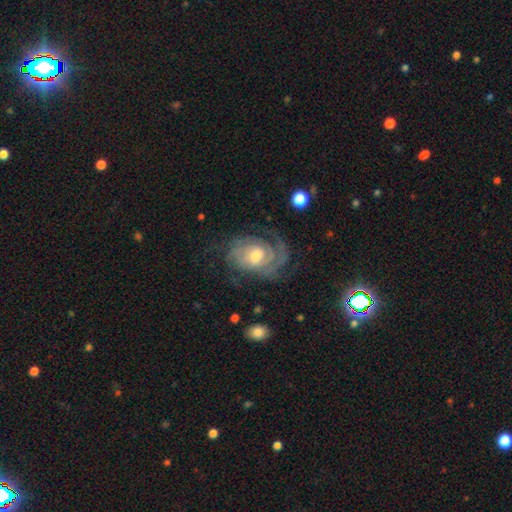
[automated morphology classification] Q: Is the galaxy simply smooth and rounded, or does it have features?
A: featured or disk — 85%.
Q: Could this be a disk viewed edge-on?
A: no — 97%.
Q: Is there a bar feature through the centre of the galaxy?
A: no — 55%.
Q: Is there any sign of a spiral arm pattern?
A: yes — 95%.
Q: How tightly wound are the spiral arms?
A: tight — 60%.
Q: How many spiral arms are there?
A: can't tell — 33%.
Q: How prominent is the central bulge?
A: moderate — 65%.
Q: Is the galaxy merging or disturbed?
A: none — 65%.